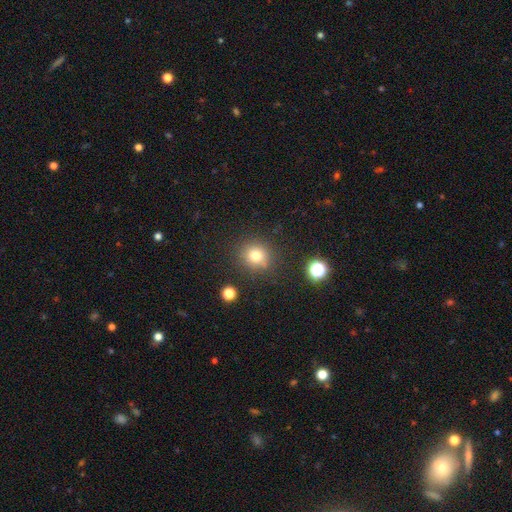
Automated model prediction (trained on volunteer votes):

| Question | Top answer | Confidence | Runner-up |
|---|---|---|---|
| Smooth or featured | smooth | 77% | star or artifact (15%) |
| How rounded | round | 87% | in between (12%) |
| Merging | none | 84% | minor disturbance (9%) |